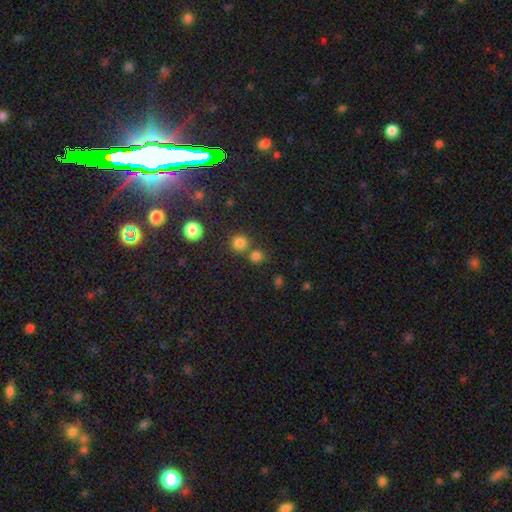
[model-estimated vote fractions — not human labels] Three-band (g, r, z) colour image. It shows a smooth galaxy with no disk features (73%) that is round (91%). Merging: none (69%).